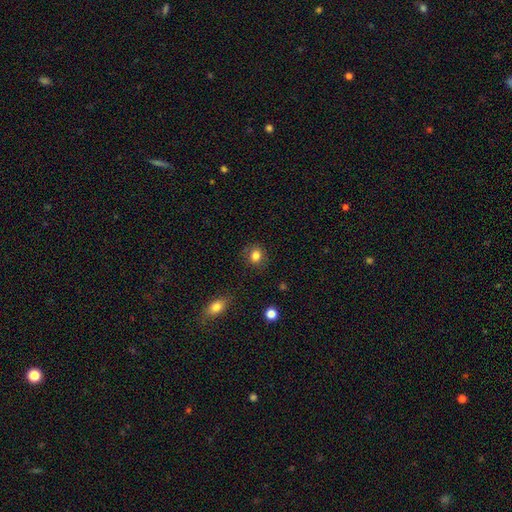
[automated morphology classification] The model was most divided on "how rounded": round: 73%, in between: 26%, cigar-shaped: 1%. More confident: merging — none (84%); smooth or featured — smooth (84%).